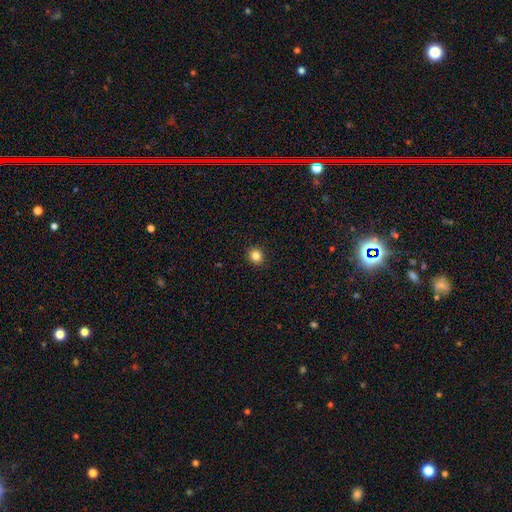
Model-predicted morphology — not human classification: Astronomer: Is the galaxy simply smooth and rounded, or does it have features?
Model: smooth — 84%.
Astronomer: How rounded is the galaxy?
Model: round — 81%.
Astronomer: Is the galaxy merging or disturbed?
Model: none — 92%.